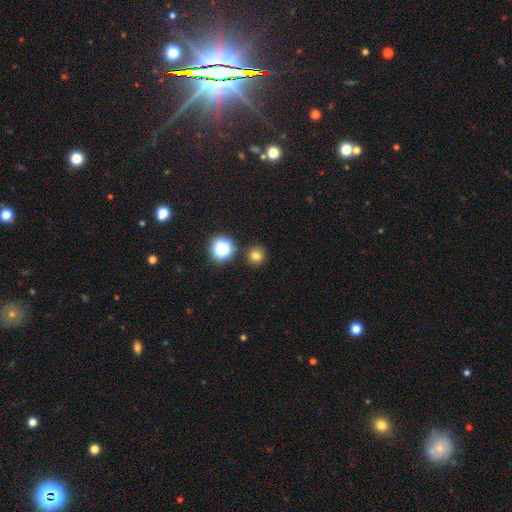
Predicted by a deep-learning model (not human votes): smooth 74%, star or artifact 19%, featured or disk 7%. Down the decision tree: how rounded — round (93%); merging — none (88%).